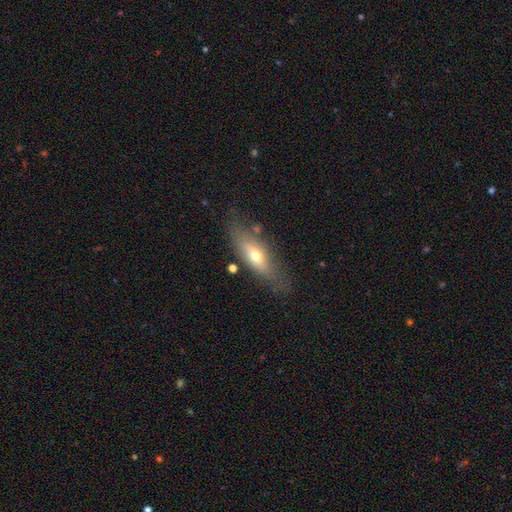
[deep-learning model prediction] Smooth or featured? Predicted: smooth (p=0.53). How rounded? Predicted: in between (p=0.55). Merging? Predicted: none (p=0.72).